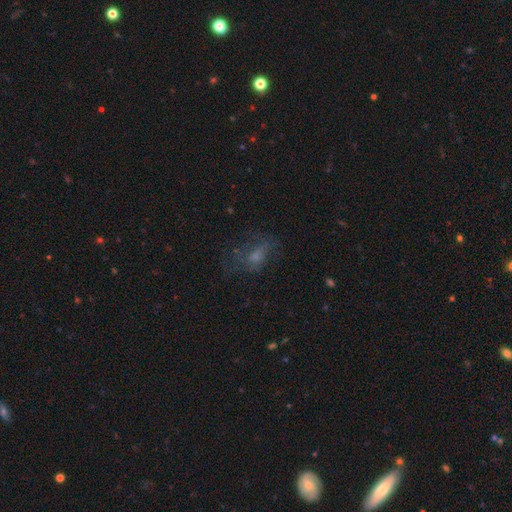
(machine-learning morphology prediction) smooth-or-featured: smooth: 39% | featured or disk: 36% | star or artifact: 25%
  merging: none: 53% | major disturbance: 24% | minor disturbance: 20% | merger: 2%